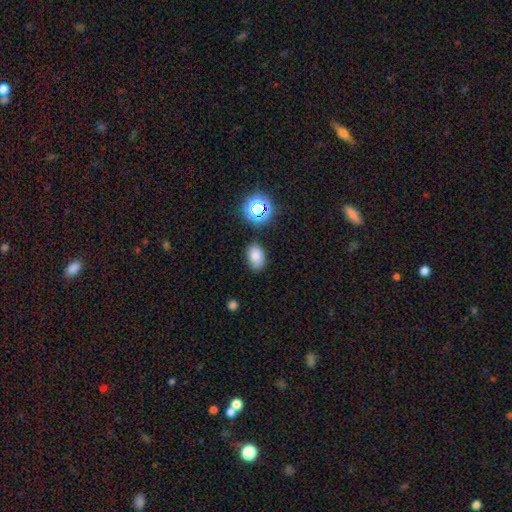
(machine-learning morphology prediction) smooth-or-featured: smooth: 78% | star or artifact: 15% | featured or disk: 8%
  how-rounded: in between: 81% | round: 18% | cigar-shaped: 1%
  merging: none: 77% | minor disturbance: 17% | major disturbance: 4% | merger: 3%